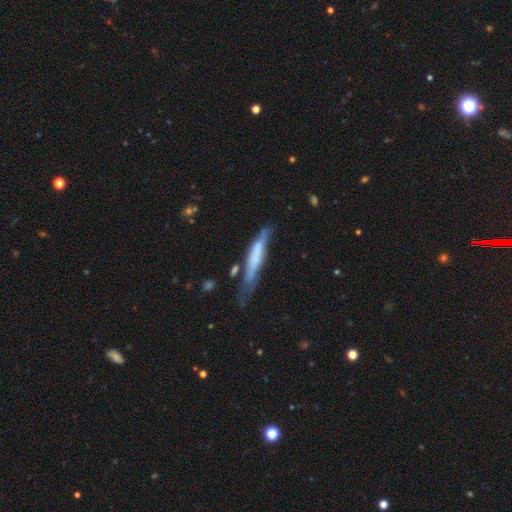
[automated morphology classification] Smooth or featured? smooth (52%)
How rounded? cigar-shaped (89%)
Merging? none (49%)